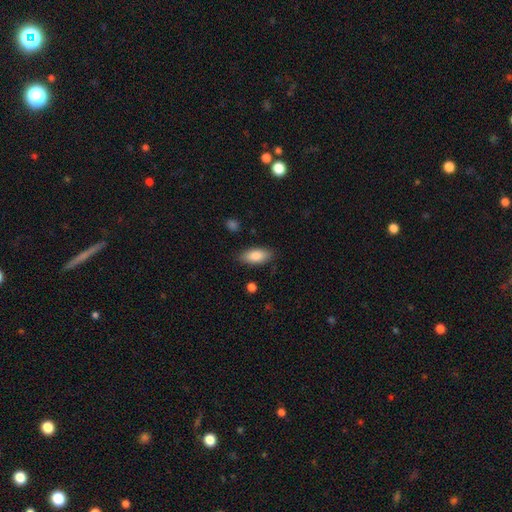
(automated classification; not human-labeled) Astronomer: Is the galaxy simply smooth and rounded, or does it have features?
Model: smooth — 85%.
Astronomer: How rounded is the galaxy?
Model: in between — 87%.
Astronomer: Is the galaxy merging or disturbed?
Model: none — 85%.